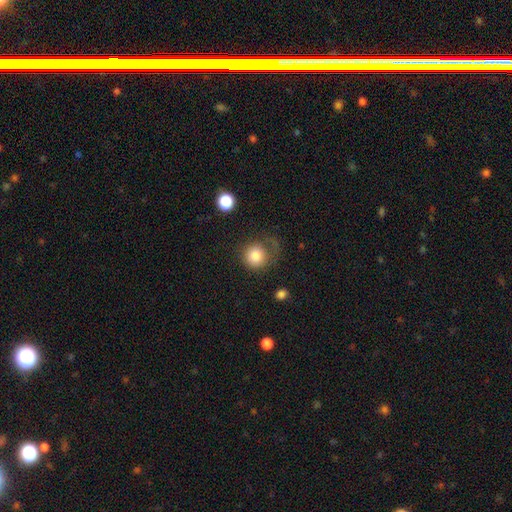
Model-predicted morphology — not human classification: type=smooth (81%); roundness=round (89%); merging=none (55%).